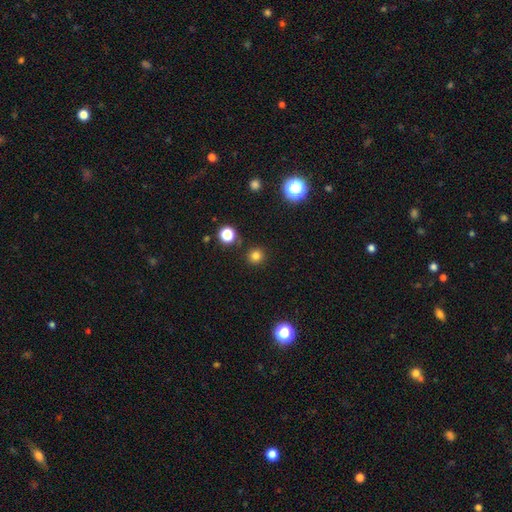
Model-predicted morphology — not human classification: Overall: smooth (79%). How rounded: round (92%). Merging: none (90%).